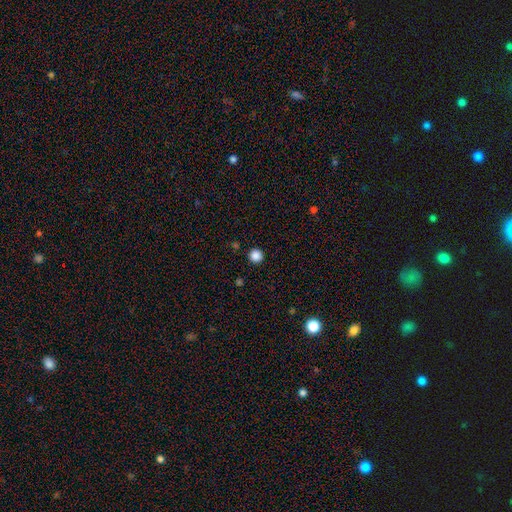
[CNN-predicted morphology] A smooth galaxy with no disk features (86%) that is round (95%).

Vote fractions:
- Smooth or featured? smooth: 86% / star or artifact: 11% / featured or disk: 3%
- How rounded? round: 95% / in between: 4% / cigar-shaped: 1%
- Merging? none: 92% / minor disturbance: 4% / major disturbance: 2% / merger: 1%